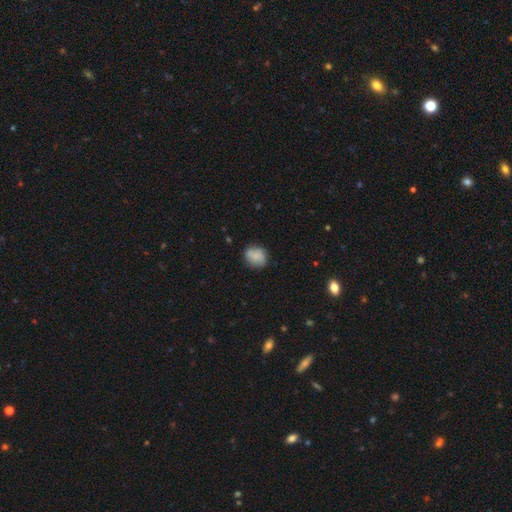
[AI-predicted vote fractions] The model was most divided on "how rounded": round: 69%, in between: 30%, cigar-shaped: 1%. More confident: smooth or featured — smooth (76%); merging — none (65%).